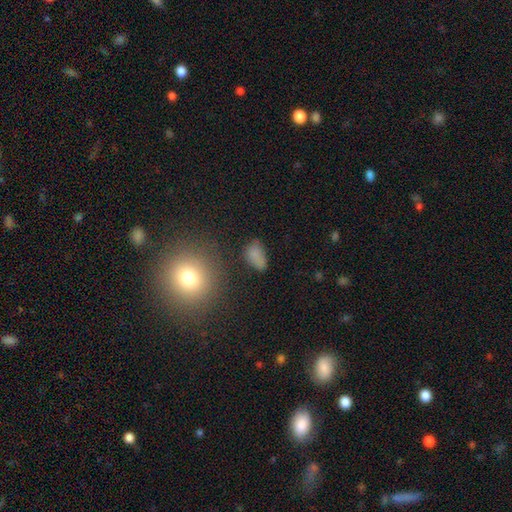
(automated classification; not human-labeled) Smooth or featured?
  - smooth: 78% *
  - star or artifact: 15%
  - featured or disk: 8%
How rounded?
  - in between: 89% *
  - round: 9%
  - cigar-shaped: 3%
Merging?
  - none: 59% *
  - minor disturbance: 26%
  - major disturbance: 10%
  - merger: 6%